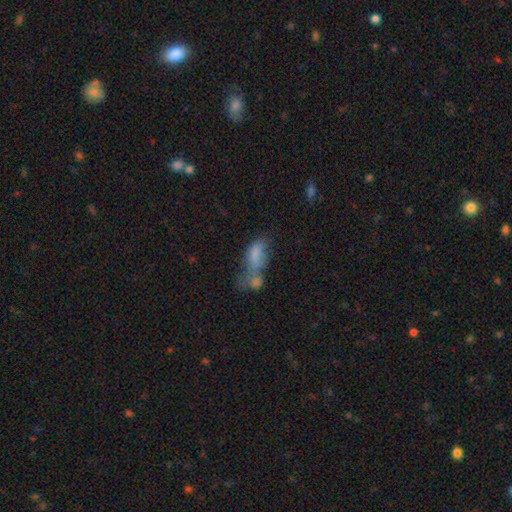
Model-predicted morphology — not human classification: This is likely a smooth galaxy (73%). How rounded: clearly in between (87%). Merging: possibly merger (54%).